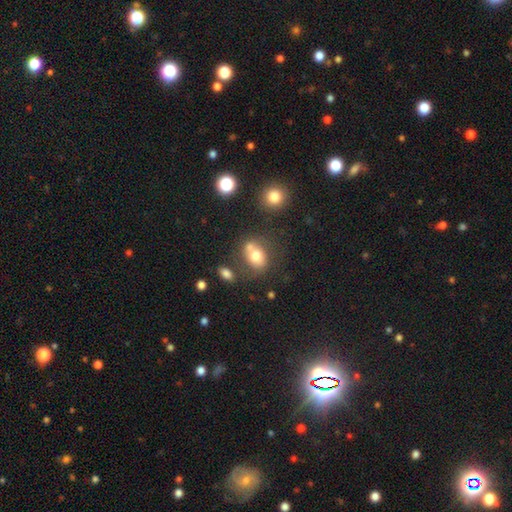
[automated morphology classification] A smooth galaxy with no disk features (70%) that is in between round and cigar-shaped (54%). Merging: none (45%).